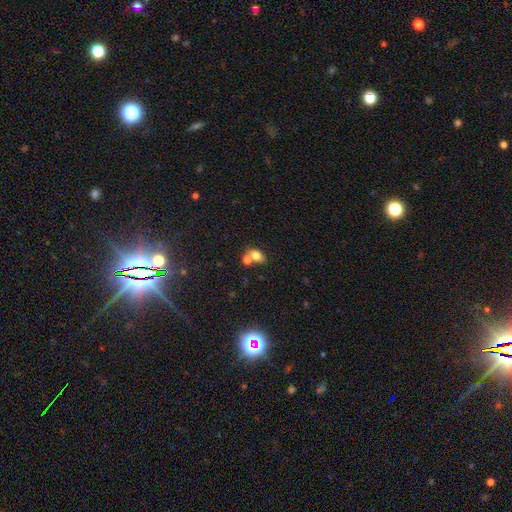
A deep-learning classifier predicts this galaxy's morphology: Smooth or featured: smooth — 73% (featured or disk — 16%)
How rounded: in between — 81% (round — 17%)
Merging: none — 48% (merger — 37%)